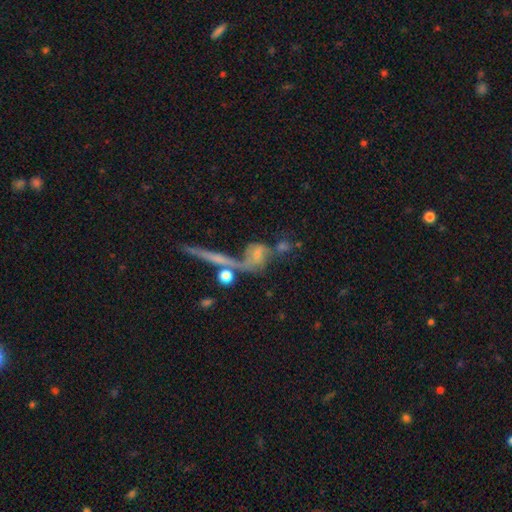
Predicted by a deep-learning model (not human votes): Smooth or featured? Predicted: featured or disk (p=0.51). Edge-on disk? Predicted: no (p=0.74). Merging? Predicted: none (p=0.35).